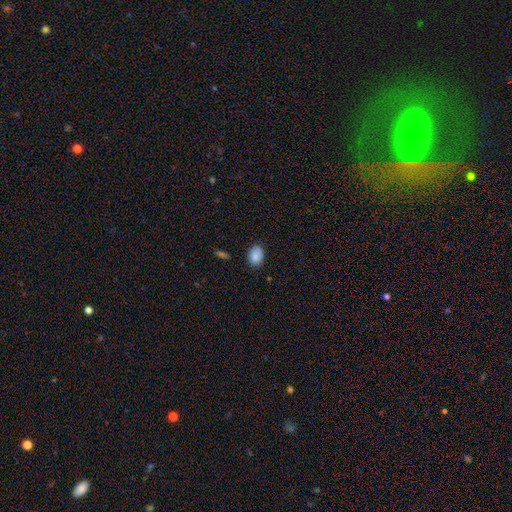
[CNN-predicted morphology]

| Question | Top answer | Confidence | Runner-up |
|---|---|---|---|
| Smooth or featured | smooth | 86% | star or artifact (8%) |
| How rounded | in between | 70% | round (29%) |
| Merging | none | 79% | minor disturbance (17%) |